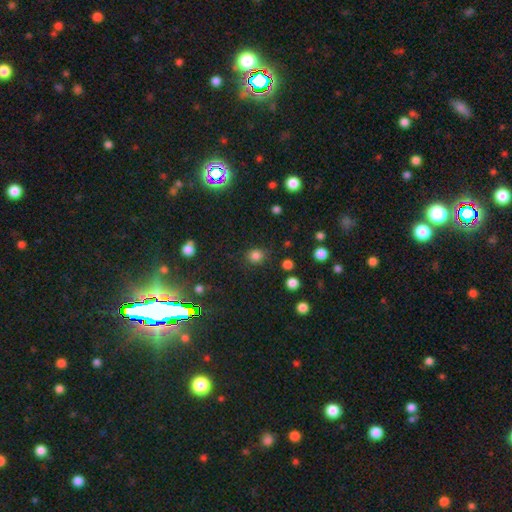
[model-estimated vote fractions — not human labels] Morphology: type=smooth (80%); roundness=round (83%); merging=none (84%).